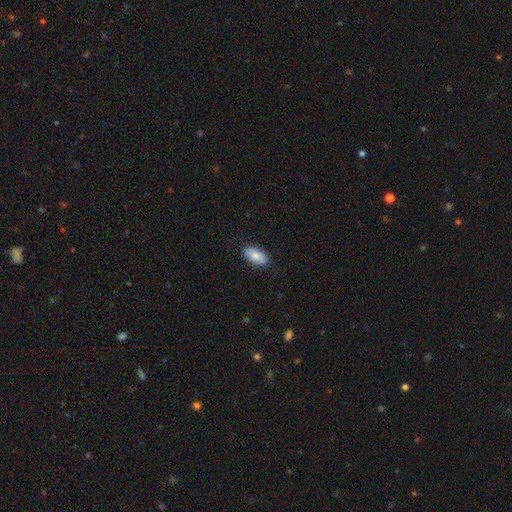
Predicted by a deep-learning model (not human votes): A smooth galaxy with no disk features (83%) that is in between round and cigar-shaped (92%).

Vote fractions:
- Smooth or featured? smooth: 83% / featured or disk: 11% / star or artifact: 6%
- How rounded? in between: 92% / cigar-shaped: 6% / round: 3%
- Merging? none: 86% / minor disturbance: 11% / major disturbance: 2% / merger: 1%